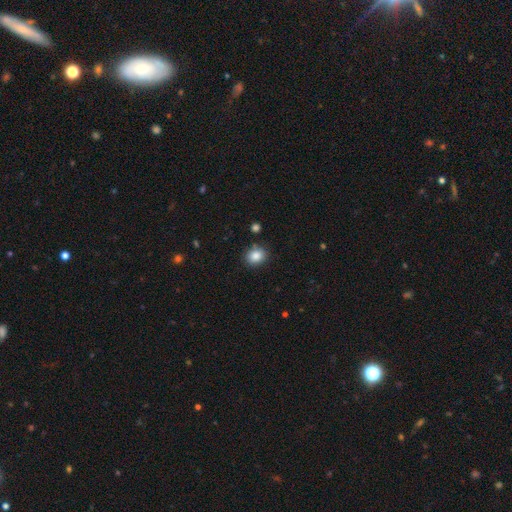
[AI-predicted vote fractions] Smooth or featured? smooth (86%)
How rounded? round (68%)
Merging? none (83%)